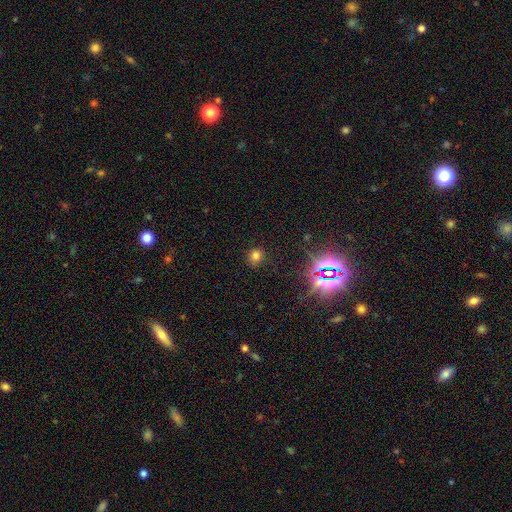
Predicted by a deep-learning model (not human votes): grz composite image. It shows a smooth galaxy with no disk features (71%) that is round (86%). Merging: none (87%).